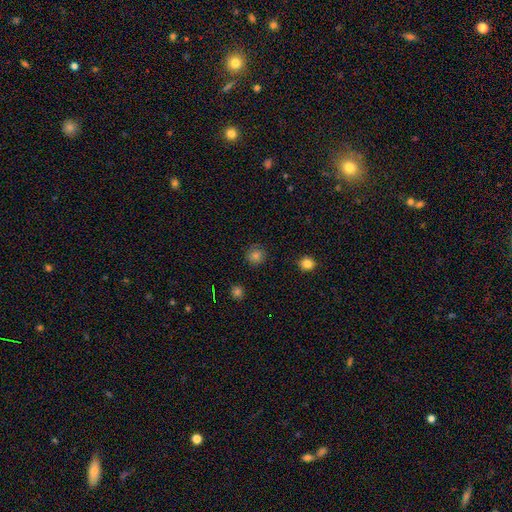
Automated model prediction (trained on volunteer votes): smooth_or_featured: smooth (p=0.78) [alt: star or artifact p=0.14]
how_rounded: round (p=0.92) [alt: in between p=0.07]
merging: none (p=0.86) [alt: minor disturbance p=0.10]